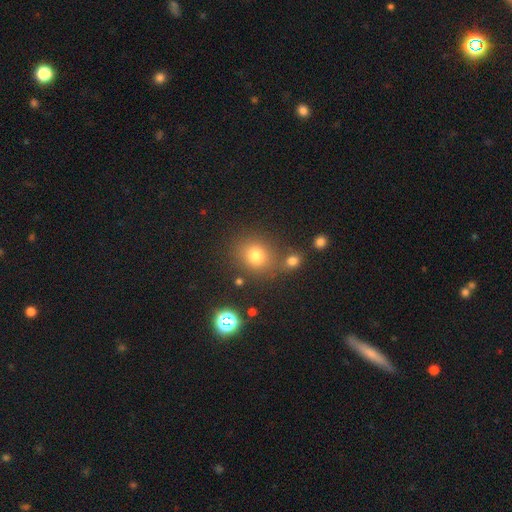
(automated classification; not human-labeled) smooth_or_featured: smooth (p=0.75) [alt: star or artifact p=0.17]
how_rounded: round (p=0.77) [alt: in between p=0.22]
merging: none (p=0.71) [alt: merger p=0.13]